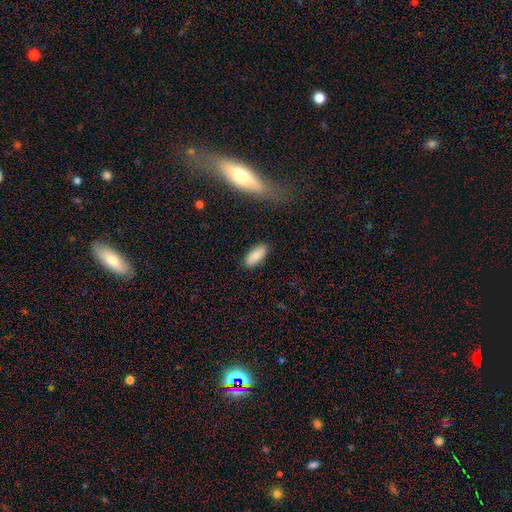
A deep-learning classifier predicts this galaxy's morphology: Smooth or featured?
  - smooth: 85% *
  - featured or disk: 8%
  - star or artifact: 7%
How rounded?
  - in between: 84% *
  - cigar-shaped: 14%
  - round: 2%
Merging?
  - none: 86% *
  - minor disturbance: 10%
  - major disturbance: 2%
  - merger: 2%